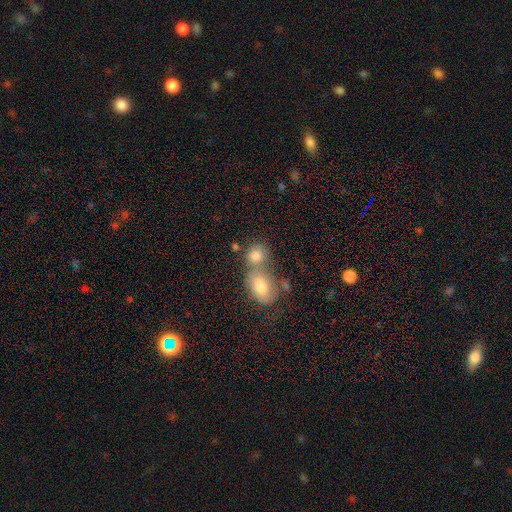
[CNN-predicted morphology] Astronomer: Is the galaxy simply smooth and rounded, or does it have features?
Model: smooth — 79%.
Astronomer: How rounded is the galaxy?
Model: round — 65%.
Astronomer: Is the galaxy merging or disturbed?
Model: merger — 52% (runner-up: none, 37%).